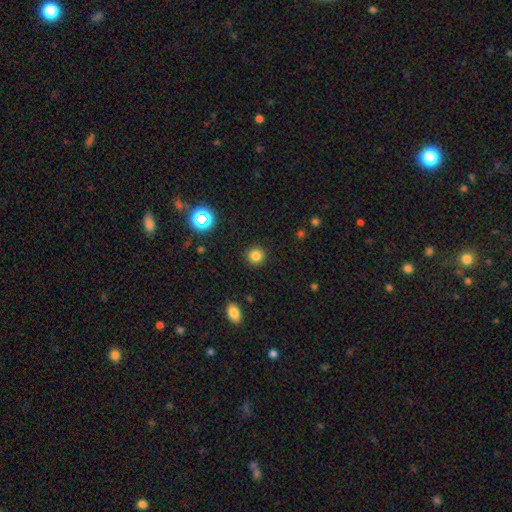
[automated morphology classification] A smooth galaxy with no disk features (82%) that is round (92%).

Vote fractions:
- Smooth or featured? smooth: 82% / star or artifact: 13% / featured or disk: 5%
- How rounded? round: 92% / in between: 7% / cigar-shaped: 1%
- Merging? none: 91% / minor disturbance: 5% / major disturbance: 2% / merger: 1%